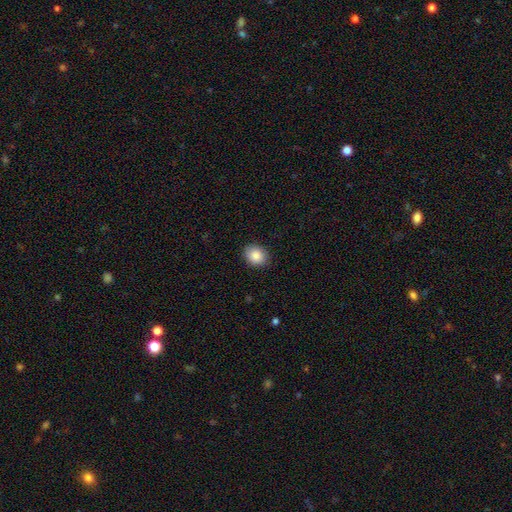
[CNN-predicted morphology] Smooth or featured? Predicted: smooth (p=0.87). How rounded? Predicted: round (p=0.53). Merging? Predicted: none (p=0.89).